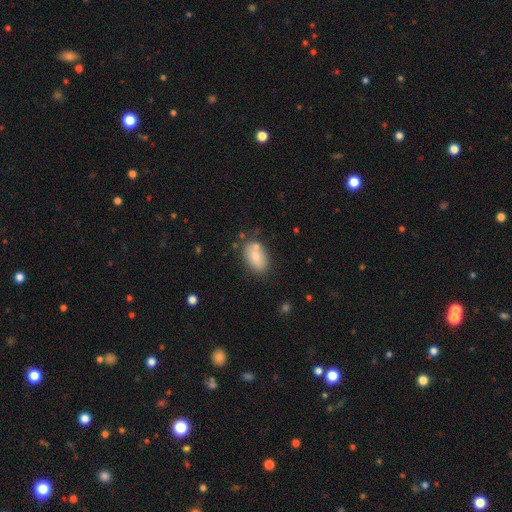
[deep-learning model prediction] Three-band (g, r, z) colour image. It shows a smooth galaxy with no disk features (77%) that is in between round and cigar-shaped (90%). Merging: none (68%).